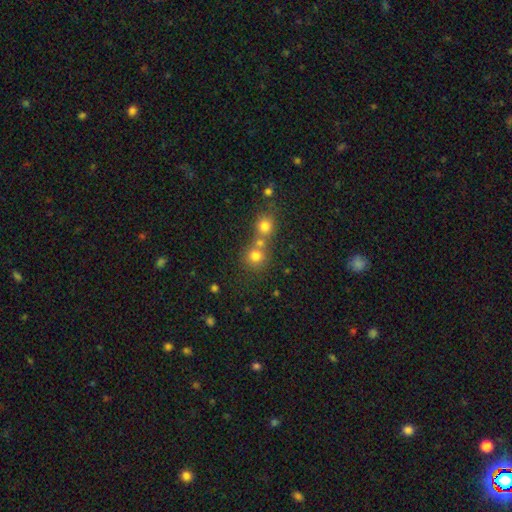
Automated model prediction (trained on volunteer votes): This appears to be a smooth galaxy with no disk features (76%) that is round (87%). Merging: none (50%).